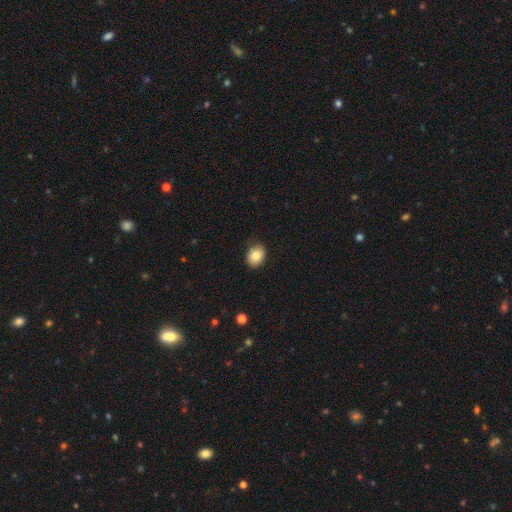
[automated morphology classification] Smooth or featured: smooth — 84% (star or artifact — 8%)
How rounded: in between — 64% (round — 35%)
Merging: none — 84% (minor disturbance — 13%)